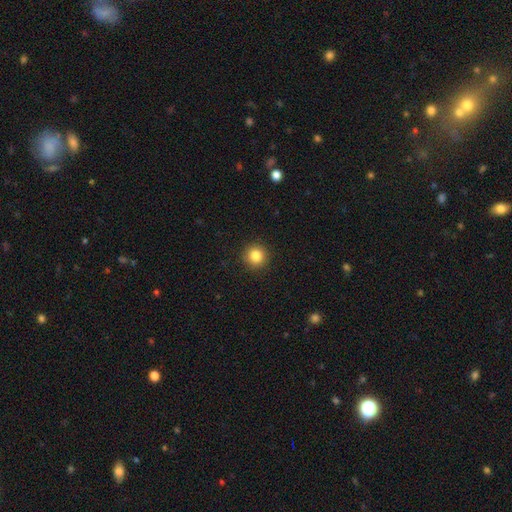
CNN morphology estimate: type=smooth (84%); roundness=round (94%); merging=none (92%).